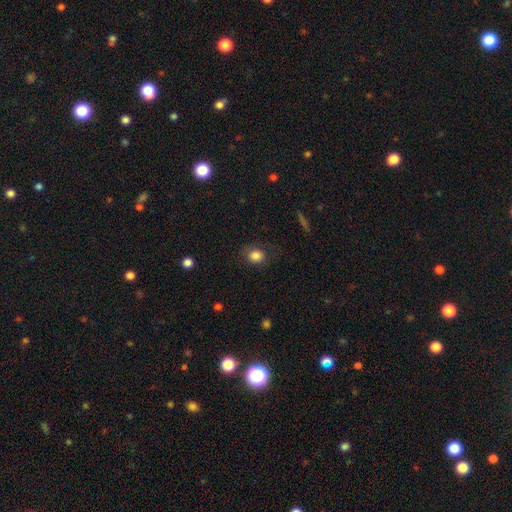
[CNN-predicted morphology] A smooth galaxy with no disk features (84%) that is round (62%). Merging: none (73%).